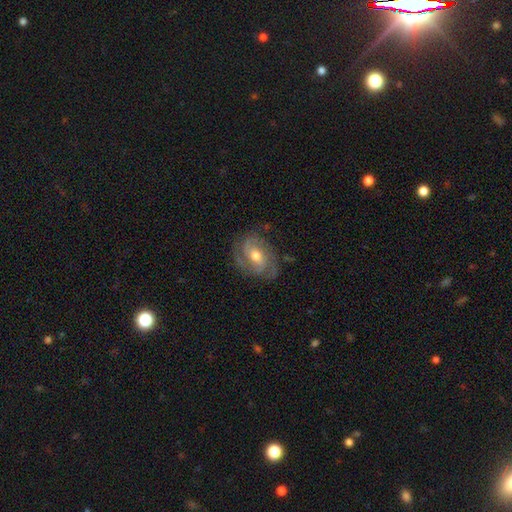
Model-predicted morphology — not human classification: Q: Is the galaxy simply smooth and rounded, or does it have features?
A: featured or disk — 84%.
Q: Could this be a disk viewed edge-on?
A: no — 97%.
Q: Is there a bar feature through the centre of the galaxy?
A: no — 47%.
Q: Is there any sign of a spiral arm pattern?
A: yes — 95%.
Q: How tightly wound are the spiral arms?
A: tight — 47%.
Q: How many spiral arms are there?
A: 2 — 48%.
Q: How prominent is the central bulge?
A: moderate — 68%.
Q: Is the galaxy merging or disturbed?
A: none — 75%.